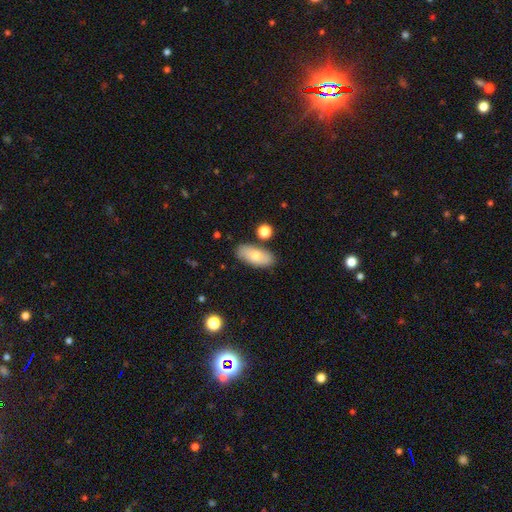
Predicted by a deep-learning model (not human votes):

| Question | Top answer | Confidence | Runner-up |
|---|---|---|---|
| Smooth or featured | smooth | 75% | featured or disk (19%) |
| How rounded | in between | 87% | cigar-shaped (9%) |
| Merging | none | 82% | minor disturbance (11%) |